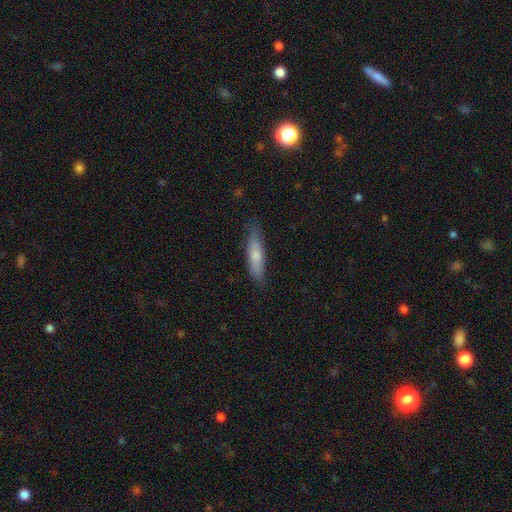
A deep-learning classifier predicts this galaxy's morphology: A smooth galaxy with no disk features (70%) that is cigar-shaped (71%).

Vote fractions:
- Smooth or featured? smooth: 70% / featured or disk: 24% / star or artifact: 6%
- How rounded? cigar-shaped: 71% / in between: 28% / round: 2%
- Merging? none: 77% / minor disturbance: 18% / major disturbance: 3% / merger: 1%